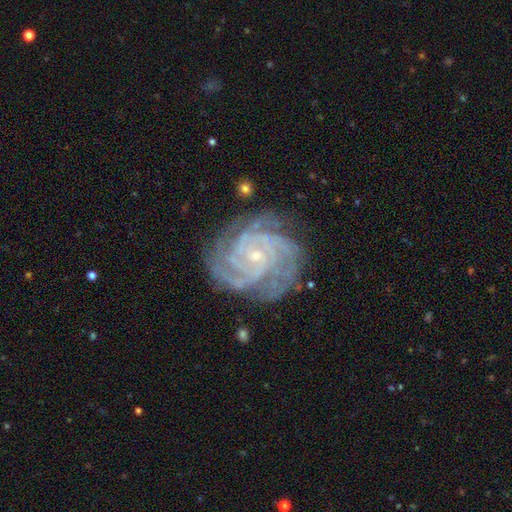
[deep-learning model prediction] A featured or disk galaxy (91%) with no bar (69%), 4 (35%) tight (79%) spiral arms (99%) and a small central bulge (84%). Merging: none (79%).